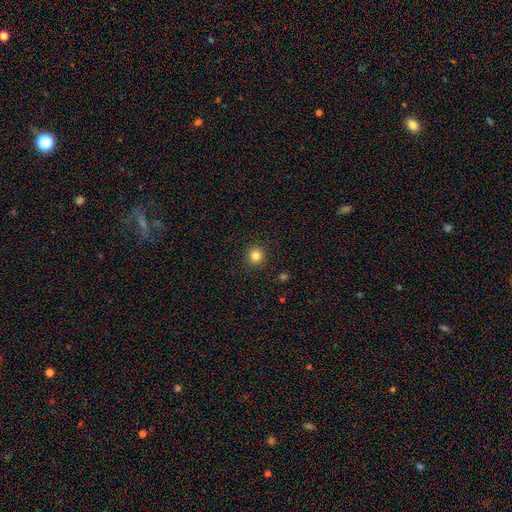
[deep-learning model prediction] Smooth or featured? Predicted: smooth (p=0.84). How rounded? Predicted: round (p=0.94). Merging? Predicted: none (p=0.92).